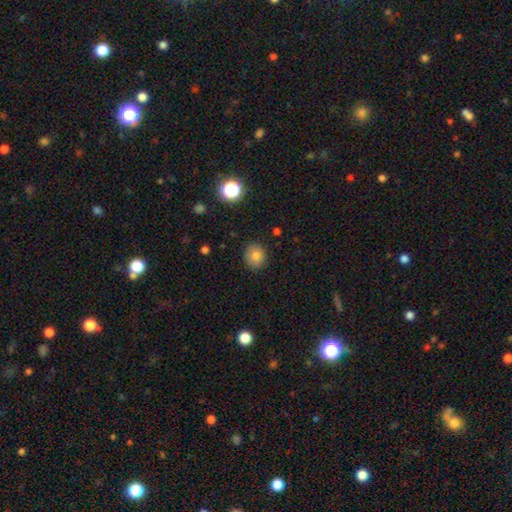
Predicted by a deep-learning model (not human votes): Overall: smooth (79%). How rounded: round (72%). Merging: none (86%).